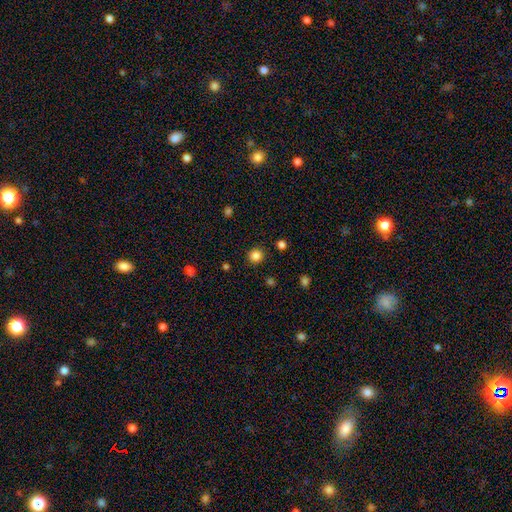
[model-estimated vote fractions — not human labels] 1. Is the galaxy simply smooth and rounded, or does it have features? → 84% smooth, 13% star or artifact, 3% featured or disk.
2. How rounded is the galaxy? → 93% round, 6% in between, 1% cigar-shaped.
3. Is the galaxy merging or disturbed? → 91% none, 6% minor disturbance, 2% major disturbance, 2% merger.